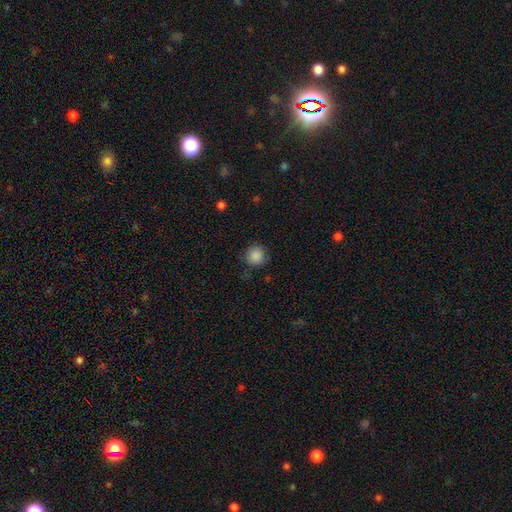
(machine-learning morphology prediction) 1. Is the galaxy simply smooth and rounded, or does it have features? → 88% smooth, 9% star or artifact, 3% featured or disk.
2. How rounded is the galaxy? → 93% round, 6% in between, 1% cigar-shaped.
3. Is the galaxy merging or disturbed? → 84% none, 12% minor disturbance, 3% major disturbance, 1% merger.